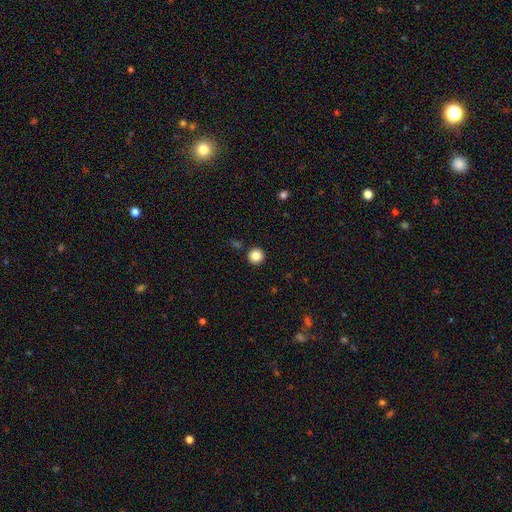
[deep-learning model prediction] This is clearly a smooth galaxy (85%). How rounded: clearly round (95%). Merging: clearly none (92%).